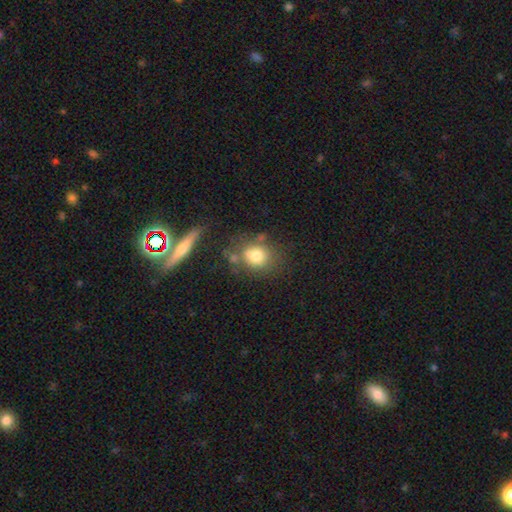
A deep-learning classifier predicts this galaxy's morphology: A smooth galaxy with no disk features (78%) that is round (69%).

Vote fractions:
- Smooth or featured? smooth: 78% / featured or disk: 12% / star or artifact: 10%
- How rounded? round: 69% / in between: 29% / cigar-shaped: 2%
- Merging? none: 59% / minor disturbance: 17% / merger: 15% / major disturbance: 8%